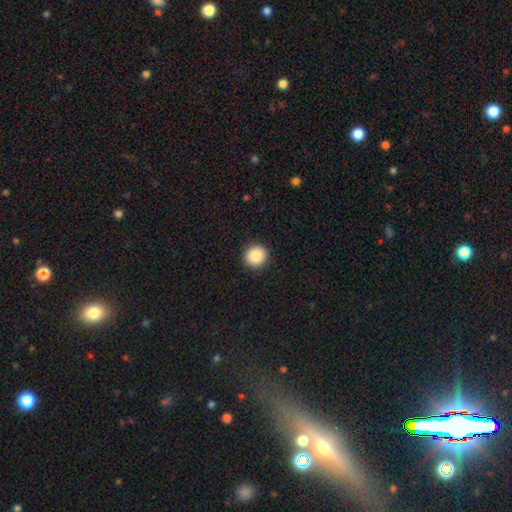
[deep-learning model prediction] Smooth or featured: smooth — 88% (star or artifact — 9%)
How rounded: round — 94% (in between — 5%)
Merging: none — 92% (minor disturbance — 5%)